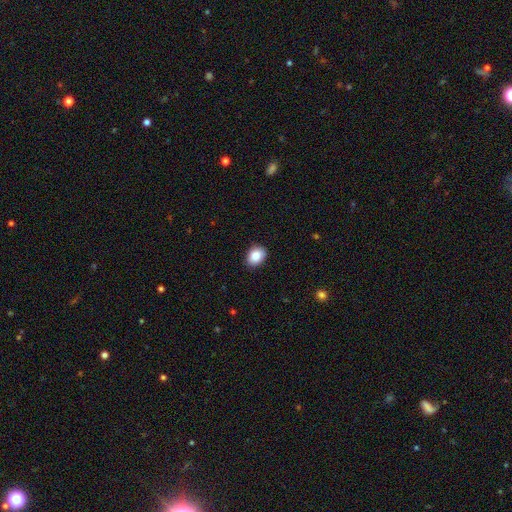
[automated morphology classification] smooth 86%, star or artifact 9%, featured or disk 6%. Down the decision tree: how rounded — in between (57%); merging — none (88%).